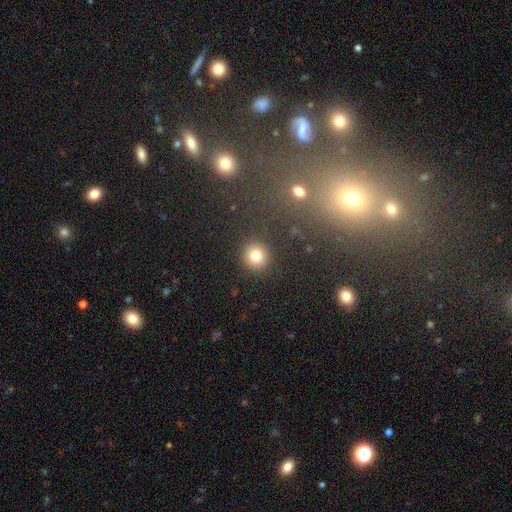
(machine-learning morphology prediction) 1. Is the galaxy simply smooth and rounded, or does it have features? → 79% smooth, 14% star or artifact, 8% featured or disk.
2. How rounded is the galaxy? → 92% round, 7% in between, 1% cigar-shaped.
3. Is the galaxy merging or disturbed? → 90% none, 6% minor disturbance, 2% major disturbance, 2% merger.